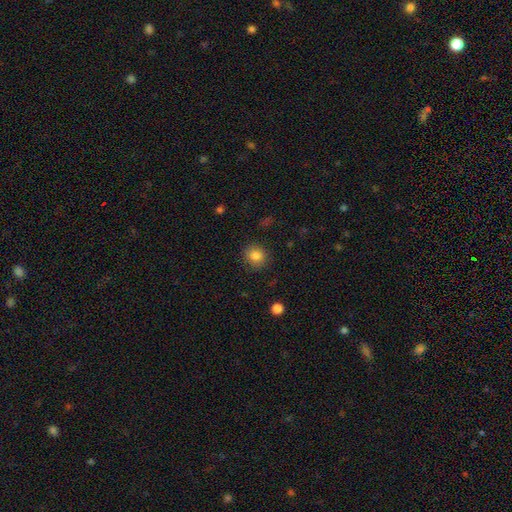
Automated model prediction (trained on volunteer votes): Smooth or featured?
  - smooth: 83% *
  - star or artifact: 11%
  - featured or disk: 6%
How rounded?
  - round: 85% *
  - in between: 14%
  - cigar-shaped: 1%
Merging?
  - none: 87% *
  - minor disturbance: 9%
  - major disturbance: 3%
  - merger: 1%